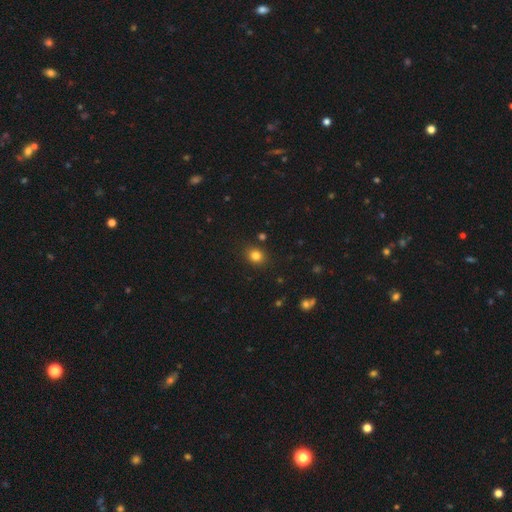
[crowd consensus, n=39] A smooth galaxy with no disk features (82%) that is round (72%).

Vote fractions:
- Smooth or featured? smooth: 82% / featured or disk: 13% / star or artifact: 5%
- How rounded? round: 72% / in between: 28% / cigar-shaped: 0%
- Merging? none: 86% / minor disturbance: 5% / merger: 5% / major disturbance: 3%